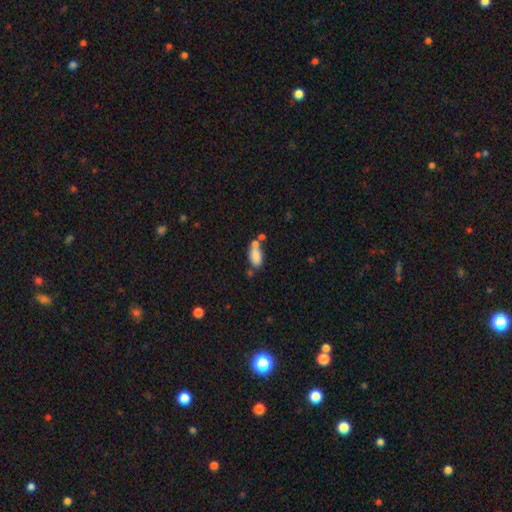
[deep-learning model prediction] A smooth galaxy with no disk features (81%) that is in between round and cigar-shaped (90%). Merging: none (46%).